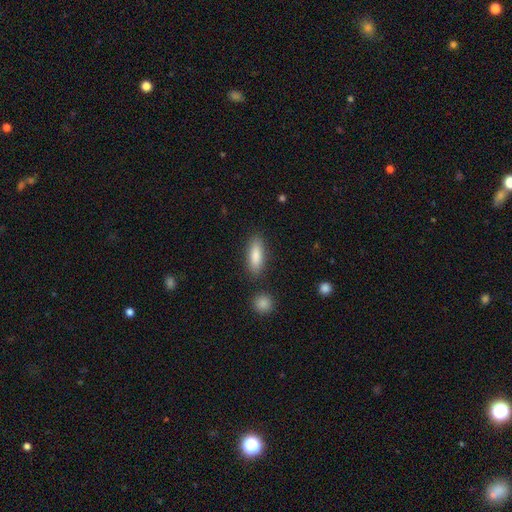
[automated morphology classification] This appears to be a smooth galaxy with no disk features (84%) that is in between round and cigar-shaped (61%). Merging: none (83%).